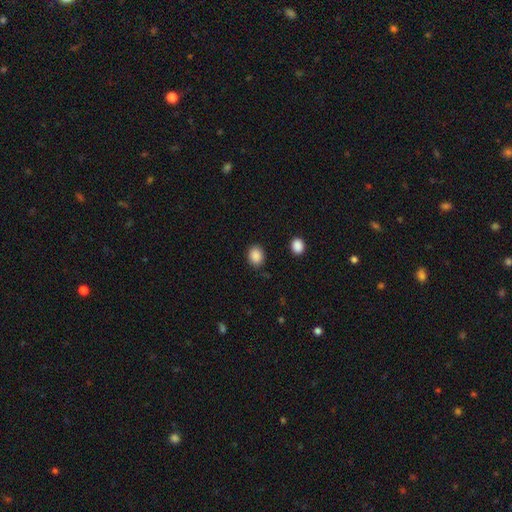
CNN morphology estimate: A smooth galaxy with no disk features (88%) that is in between round and cigar-shaped (51%). Merging: none (85%).